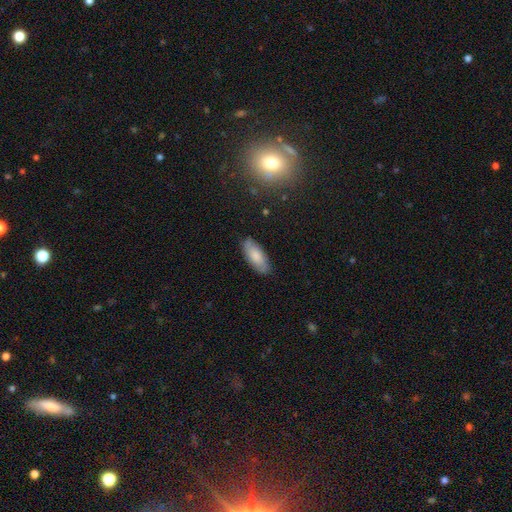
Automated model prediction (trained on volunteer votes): This appears to be a smooth galaxy with no disk features (73%) that is in between round and cigar-shaped (83%). Merging: none (83%).